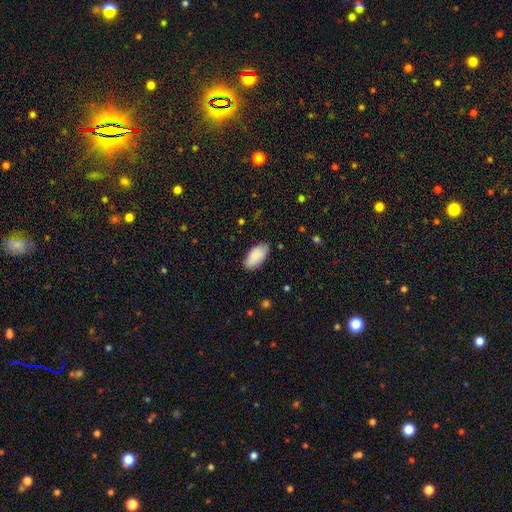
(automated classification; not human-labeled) smooth_or_featured: smooth (p=0.89) [alt: star or artifact p=0.06]
how_rounded: in between (p=0.94) [alt: cigar-shaped p=0.04]
merging: none (p=0.83) [alt: minor disturbance p=0.13]